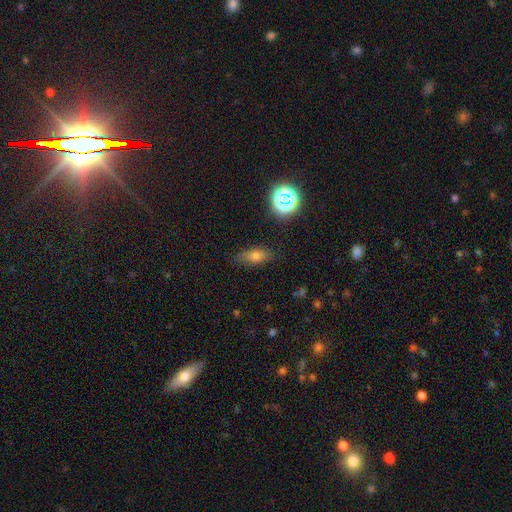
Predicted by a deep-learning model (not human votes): Q: Smooth or featured?
A: smooth (69%); runner-up: star or artifact (17%)
Q: How rounded?
A: in between (76%); runner-up: cigar-shaped (13%)
Q: Merging?
A: none (81%); runner-up: minor disturbance (14%)